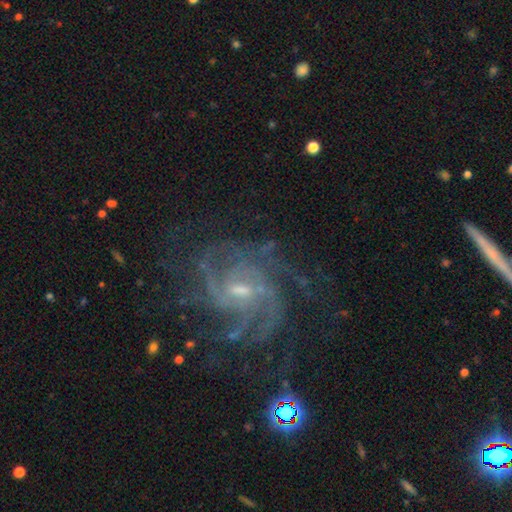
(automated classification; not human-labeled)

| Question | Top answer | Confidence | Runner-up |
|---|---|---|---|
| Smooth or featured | featured or disk | 87% | star or artifact (8%) |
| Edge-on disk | no | 97% | yes (3%) |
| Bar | weak | 49% | no (37%) |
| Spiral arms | yes | 98% | no (2%) |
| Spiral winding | tight | 50% | medium (41%) |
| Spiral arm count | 4 | 24% | can't tell (23%) |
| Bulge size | small | 64% | moderate (30%) |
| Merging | none | 74% | minor disturbance (15%) |